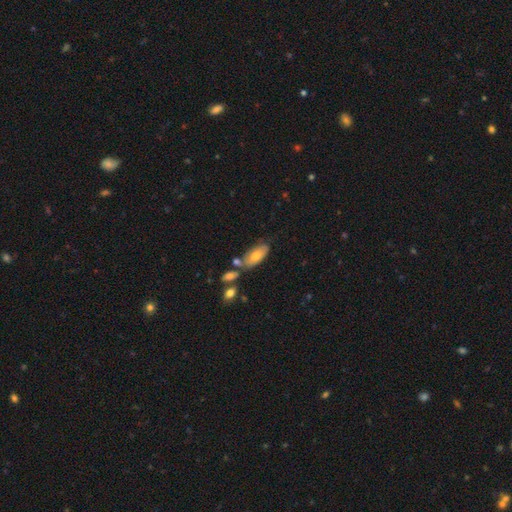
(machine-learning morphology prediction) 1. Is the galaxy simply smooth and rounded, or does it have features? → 64% smooth, 28% featured or disk, 8% star or artifact.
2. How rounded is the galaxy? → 86% in between, 12% cigar-shaped, 3% round.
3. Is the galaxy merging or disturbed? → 58% none, 19% minor disturbance, 17% merger, 6% major disturbance.